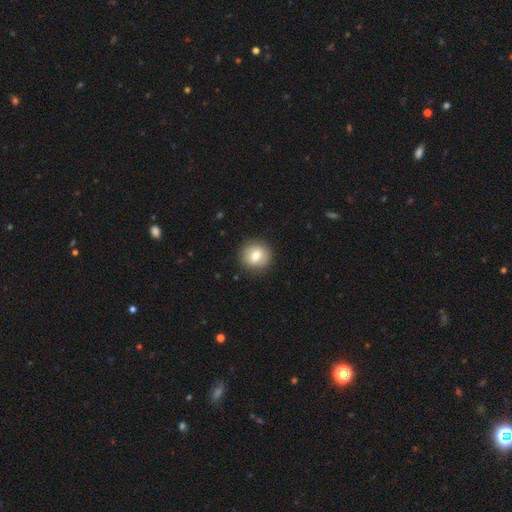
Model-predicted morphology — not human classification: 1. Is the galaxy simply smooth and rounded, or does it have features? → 74% smooth, 17% featured or disk, 9% star or artifact.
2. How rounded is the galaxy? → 91% round, 8% in between, 1% cigar-shaped.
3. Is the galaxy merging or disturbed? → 90% none, 7% minor disturbance, 2% major disturbance, 1% merger.